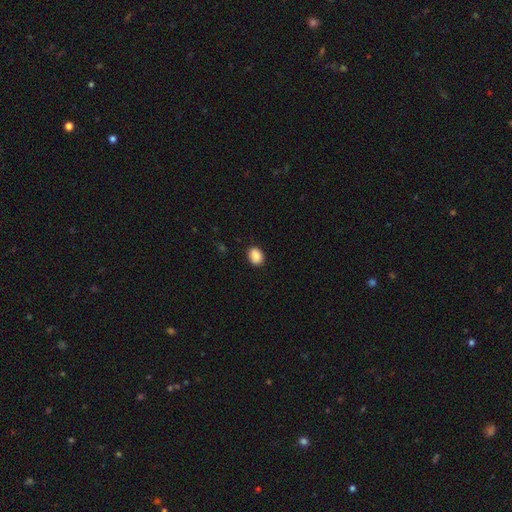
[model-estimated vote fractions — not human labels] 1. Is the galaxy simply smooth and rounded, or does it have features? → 88% smooth, 8% star or artifact, 4% featured or disk.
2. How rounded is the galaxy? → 59% in between, 40% round, 1% cigar-shaped.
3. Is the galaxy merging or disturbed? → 88% none, 9% minor disturbance, 2% major disturbance, 1% merger.